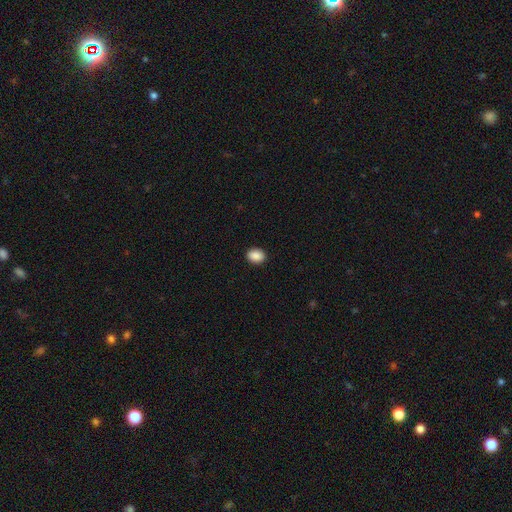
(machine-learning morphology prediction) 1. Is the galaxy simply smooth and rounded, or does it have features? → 90% smooth, 8% star or artifact, 3% featured or disk.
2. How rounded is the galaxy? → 65% in between, 34% round, 1% cigar-shaped.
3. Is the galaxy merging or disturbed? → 91% none, 6% minor disturbance, 2% major disturbance, 1% merger.